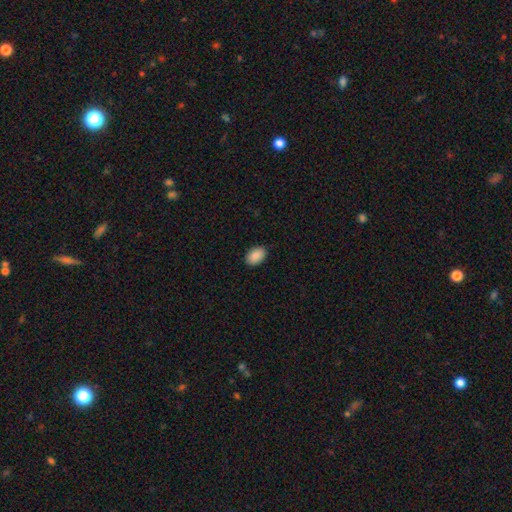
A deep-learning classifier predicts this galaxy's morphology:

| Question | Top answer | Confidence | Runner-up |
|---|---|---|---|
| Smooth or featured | smooth | 90% | star or artifact (7%) |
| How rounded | in between | 88% | round (10%) |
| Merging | none | 89% | minor disturbance (8%) |